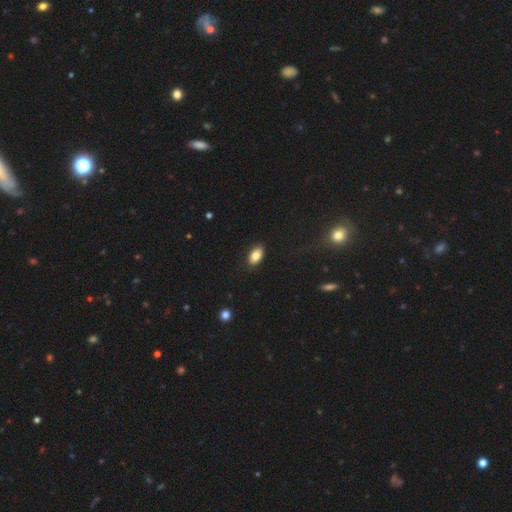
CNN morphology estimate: smooth_or_featured: smooth (p=0.81) [alt: featured or disk p=0.10]
how_rounded: in between (p=0.92) [alt: round p=0.06]
merging: none (p=0.85) [alt: minor disturbance p=0.11]